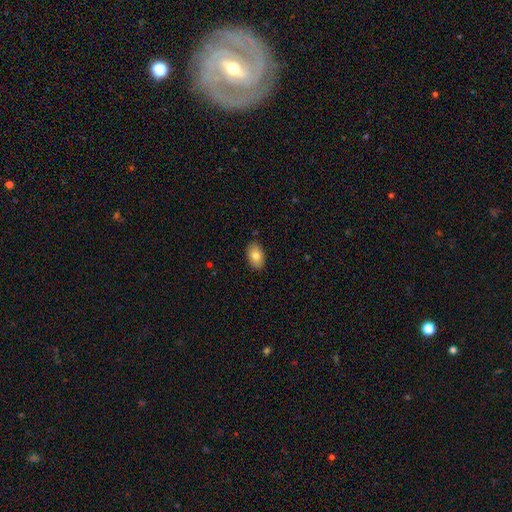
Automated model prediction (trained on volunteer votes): This is likely a smooth galaxy (79%). How rounded: clearly in between (87%). Merging: clearly none (87%).